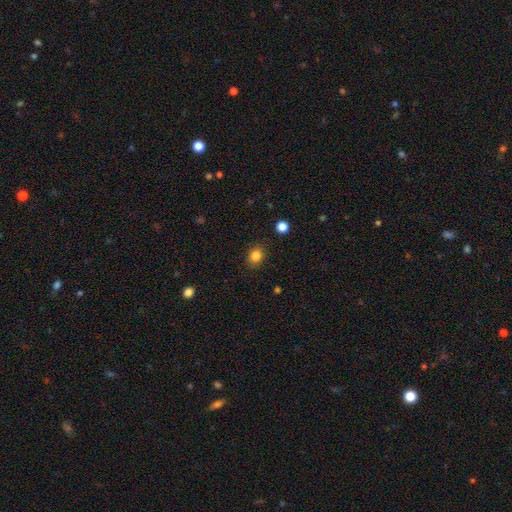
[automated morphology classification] A smooth galaxy with no disk features (84%) that is in between round and cigar-shaped (52%). Merging: none (87%).